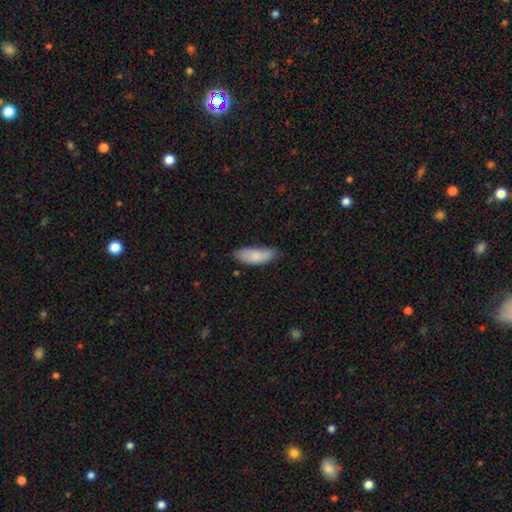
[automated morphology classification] Smooth or featured?
  - smooth: 83% *
  - featured or disk: 11%
  - star or artifact: 6%
How rounded?
  - in between: 72% *
  - cigar-shaped: 27%
  - round: 2%
Merging?
  - none: 67% *
  - minor disturbance: 27%
  - major disturbance: 4%
  - merger: 2%